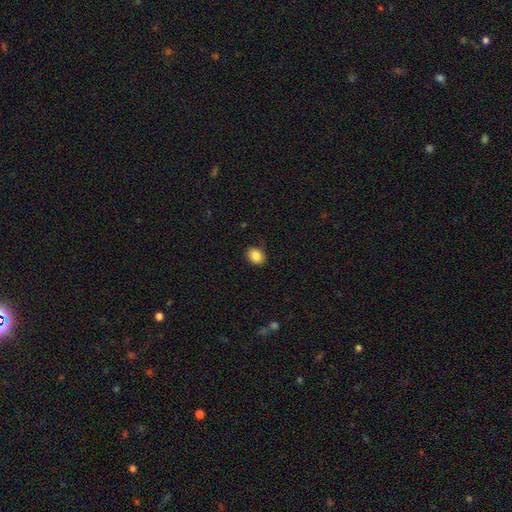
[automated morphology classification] This is clearly a smooth galaxy (86%). How rounded: possibly in between (52%). Merging: clearly none (82%).